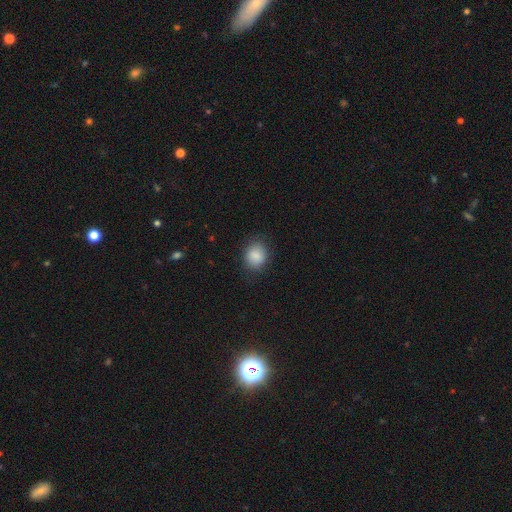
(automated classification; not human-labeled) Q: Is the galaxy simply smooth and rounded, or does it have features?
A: smooth — 87%.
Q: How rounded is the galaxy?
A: round — 65%.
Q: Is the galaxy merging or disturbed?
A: none — 82%.